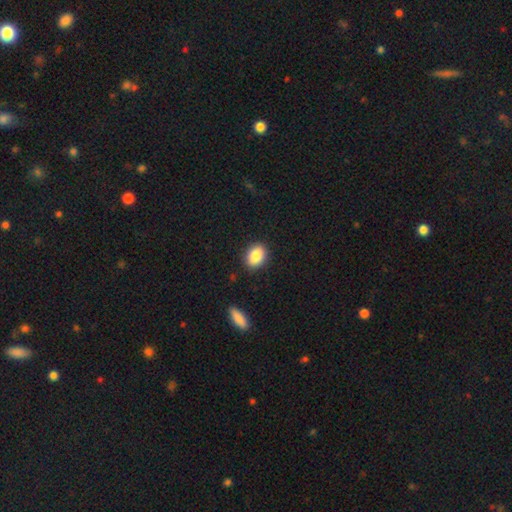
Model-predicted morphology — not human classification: The model was most divided on "how rounded": in between: 63%, round: 35%, cigar-shaped: 1%. More confident: merging — none (89%); smooth or featured — smooth (85%).